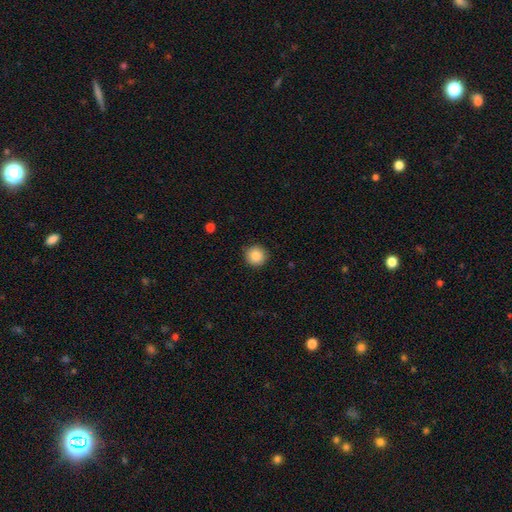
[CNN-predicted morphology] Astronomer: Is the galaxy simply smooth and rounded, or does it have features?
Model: smooth — 88%.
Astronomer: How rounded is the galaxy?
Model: round — 94%.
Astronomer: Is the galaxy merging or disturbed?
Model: none — 89%.